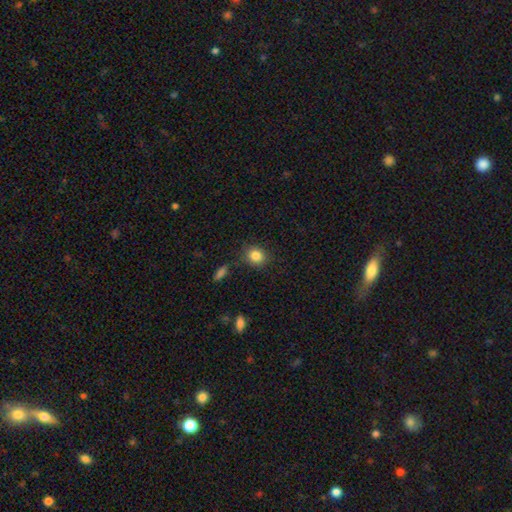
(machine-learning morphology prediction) Q: Smooth or featured?
A: smooth (84%); runner-up: star or artifact (10%)
Q: How rounded?
A: round (75%); runner-up: in between (24%)
Q: Merging?
A: none (84%); runner-up: minor disturbance (11%)